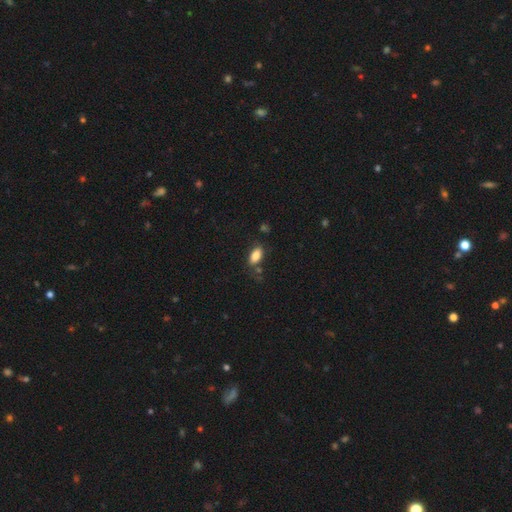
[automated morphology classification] A smooth galaxy with no disk features (84%) that is in between round and cigar-shaped (91%).

Vote fractions:
- Smooth or featured? smooth: 84% / featured or disk: 8% / star or artifact: 8%
- How rounded? in between: 91% / cigar-shaped: 5% / round: 4%
- Merging? none: 74% / minor disturbance: 16% / merger: 5% / major disturbance: 4%